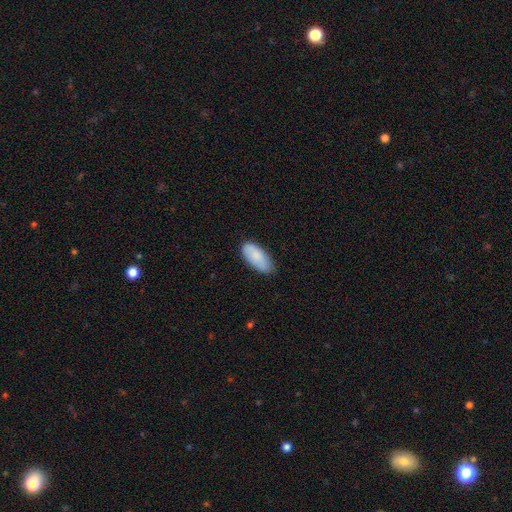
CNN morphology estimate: Overall: smooth (84%). How rounded: in between (90%). Merging: none (72%).